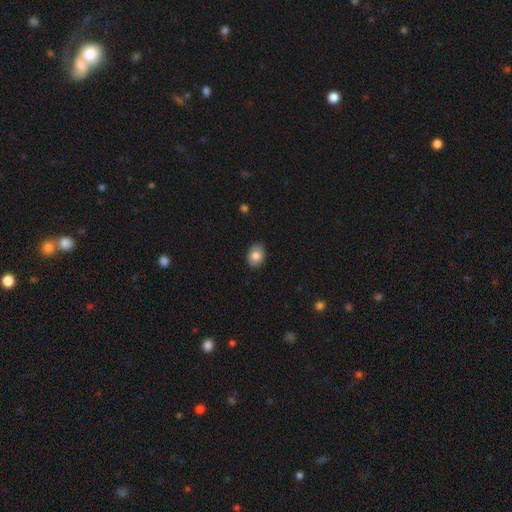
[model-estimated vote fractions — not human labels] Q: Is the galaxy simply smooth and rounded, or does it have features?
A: smooth — 82%.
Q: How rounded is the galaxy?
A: in between — 65%.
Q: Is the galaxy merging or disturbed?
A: none — 86%.